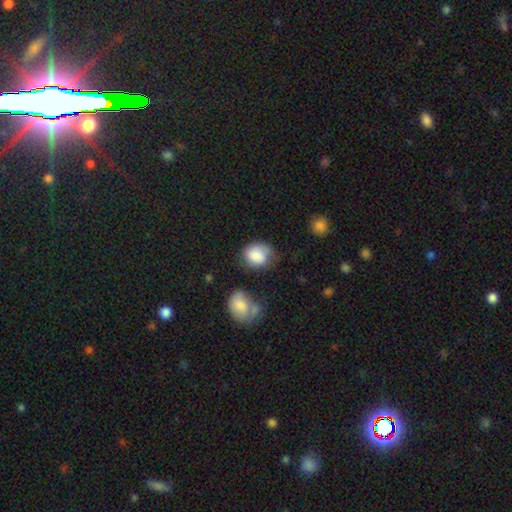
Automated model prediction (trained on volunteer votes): Smooth or featured? smooth (85%)
How rounded? round (53%)
Merging? none (47%)